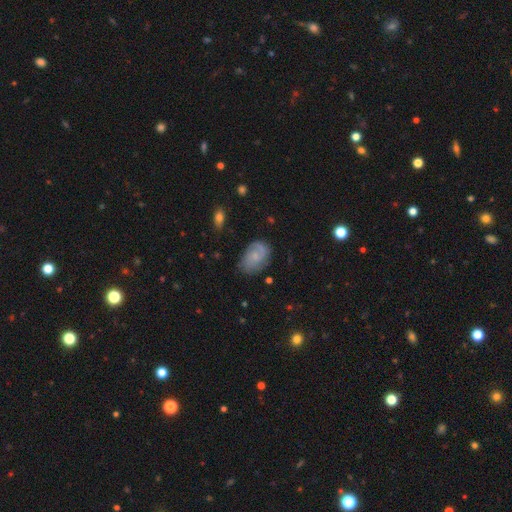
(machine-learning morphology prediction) Overall: featured or disk (56%; smooth 36%). Edge-on disk: no (96%). Bar: no (71%). Spiral arms: yes (87%). Bulge size: small (66%). Merging: none (71%).